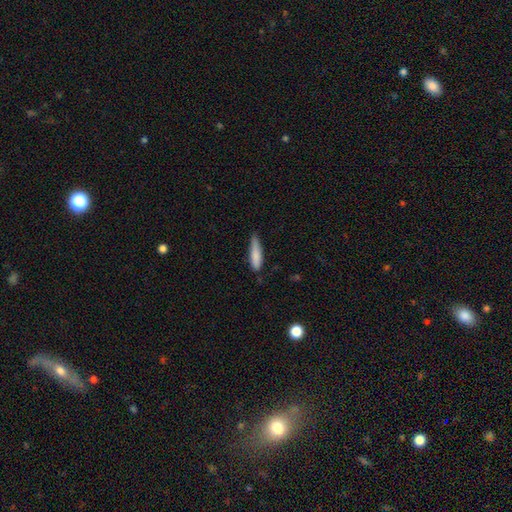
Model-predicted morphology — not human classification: smooth-or-featured: smooth: 82% | featured or disk: 11% | star or artifact: 6%
  how-rounded: cigar-shaped: 73% | in between: 26% | round: 2%
  merging: none: 57% | minor disturbance: 35% | major disturbance: 6% | merger: 2%